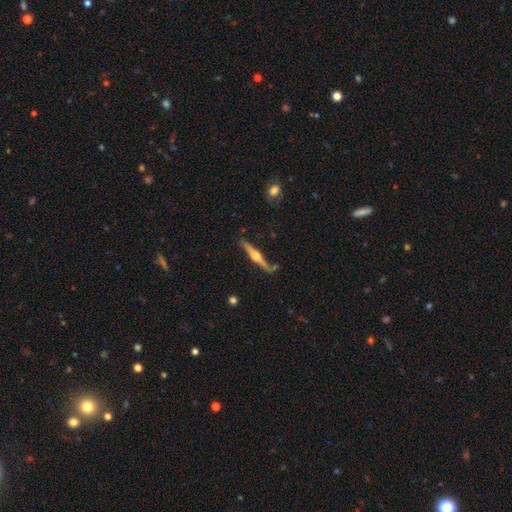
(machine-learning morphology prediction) Overall: featured or disk (78%). Edge-on disk: yes (97%). Edge-on bulge: rounded (94%). Merging: none (77%).